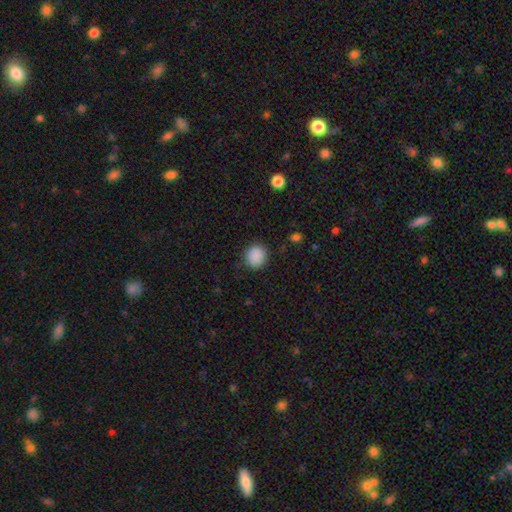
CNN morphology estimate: The model was most divided on "how rounded": round: 82%, in between: 17%, cigar-shaped: 1%. More confident: smooth or featured — smooth (89%); merging — none (85%).